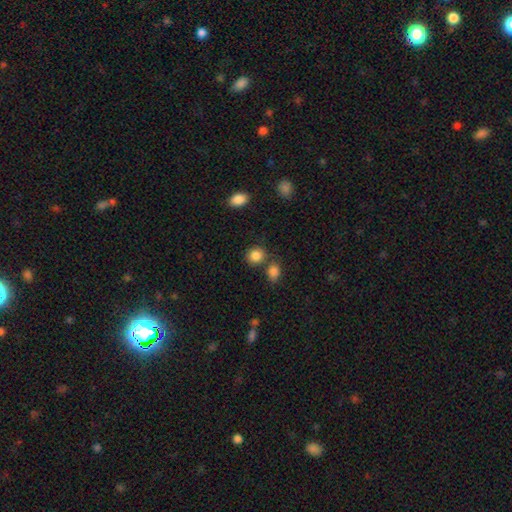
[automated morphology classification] type=smooth (86%); roundness=round (79%); merging=none (70%).